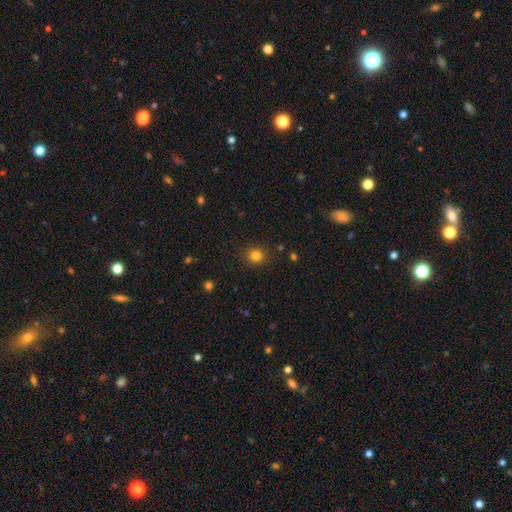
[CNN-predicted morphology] smooth-or-featured: smooth: 82% | star or artifact: 13% | featured or disk: 5%
  how-rounded: round: 87% | in between: 13% | cigar-shaped: 1%
  merging: none: 90% | minor disturbance: 7% | major disturbance: 2% | merger: 1%